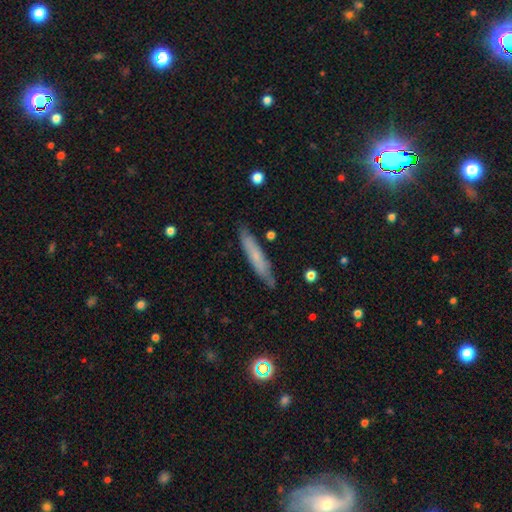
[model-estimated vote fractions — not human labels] A smooth galaxy with no disk features (60%) that is cigar-shaped (91%). Merging: none (84%).